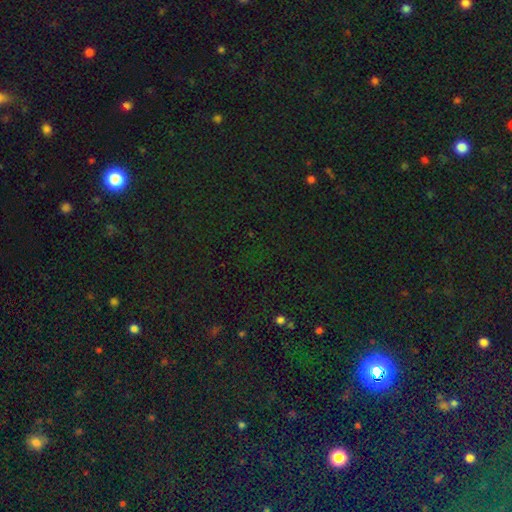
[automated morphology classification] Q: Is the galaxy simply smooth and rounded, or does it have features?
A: star or artifact — 78%.